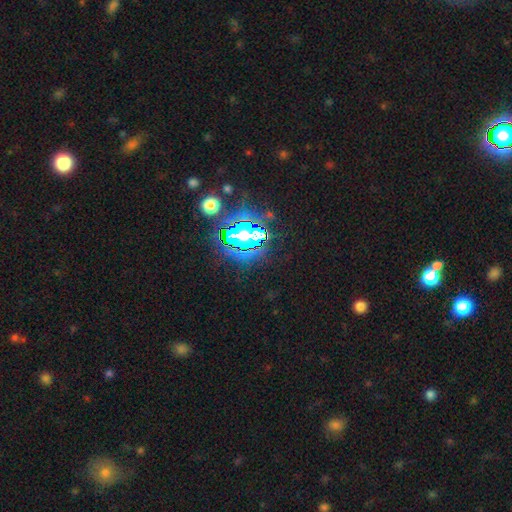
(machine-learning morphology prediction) Smooth or featured? star or artifact (83%)